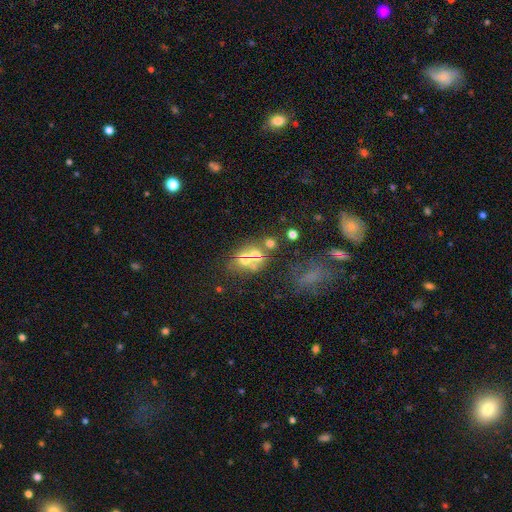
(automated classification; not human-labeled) Smooth or featured? smooth (46%)
Merging? none (43%)